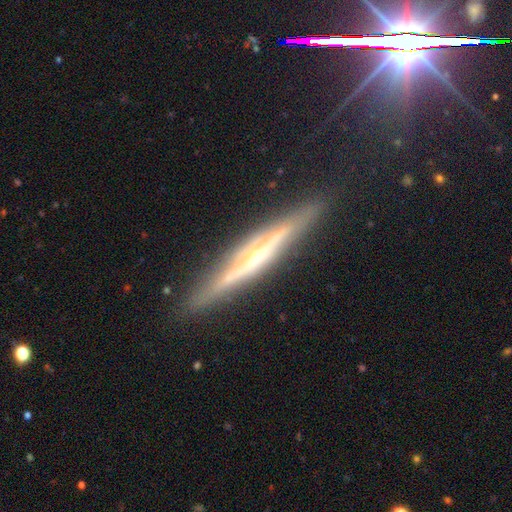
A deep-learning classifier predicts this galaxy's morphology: This is clearly a featured or disk galaxy (82%). It is clearly viewed edge-on (96%). Edge-on bulge: likely rounded (72%). Merging: clearly none (87%).